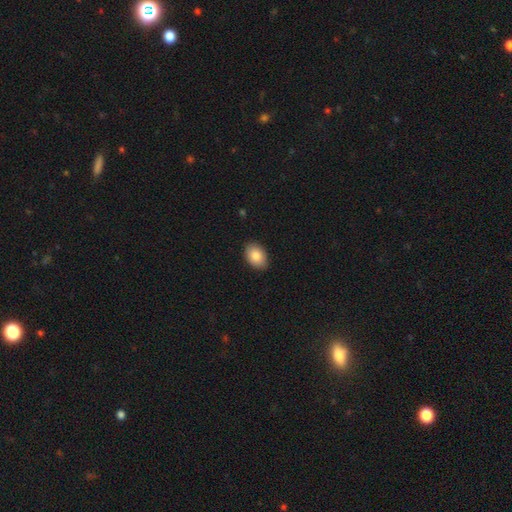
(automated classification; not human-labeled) Morphology: type=smooth (86%); roundness=in between (86%); merging=none (88%).